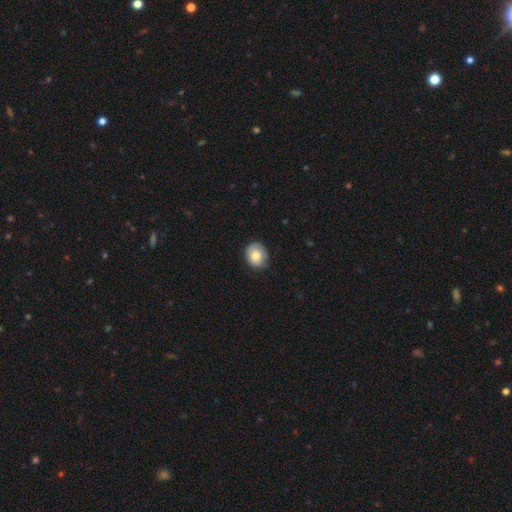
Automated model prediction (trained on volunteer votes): Overall: smooth (79%). How rounded: round (64%; in between 35%). Merging: none (81%).